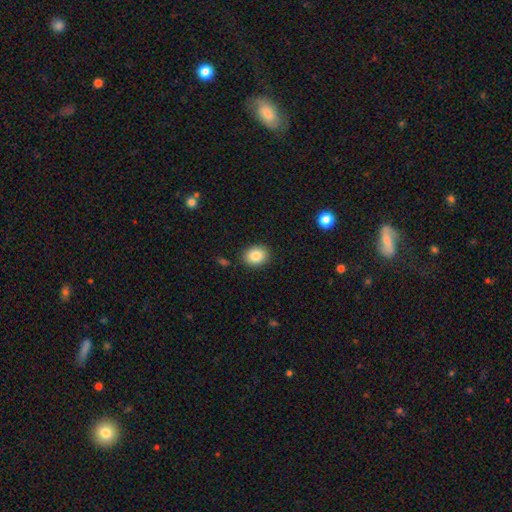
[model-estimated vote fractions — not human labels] Q: Smooth or featured?
A: smooth (85%); runner-up: star or artifact (9%)
Q: How rounded?
A: round (50%); runner-up: in between (49%)
Q: Merging?
A: none (86%); runner-up: minor disturbance (9%)